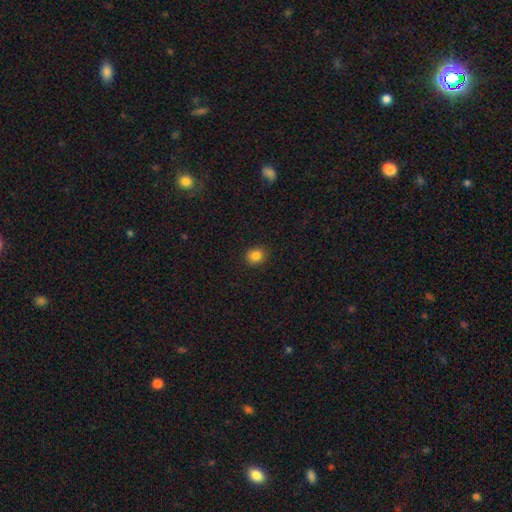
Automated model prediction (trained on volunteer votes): This is clearly a smooth galaxy (84%). How rounded: likely round (75%). Merging: clearly none (90%).